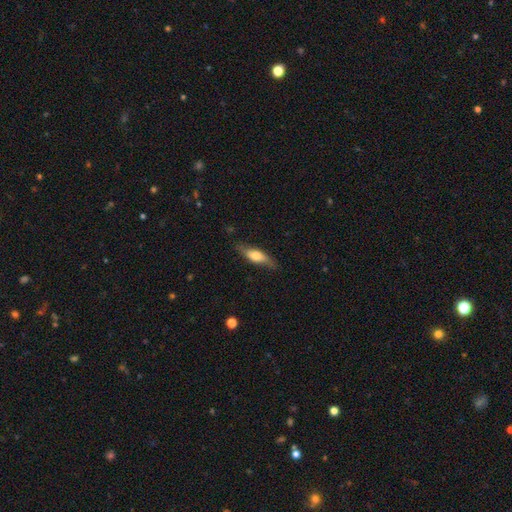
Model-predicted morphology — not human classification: The model was most divided on "how rounded": in between: 49%, cigar-shaped: 48%, round: 3%. More confident: merging — none (75%); smooth or featured — smooth (56%).